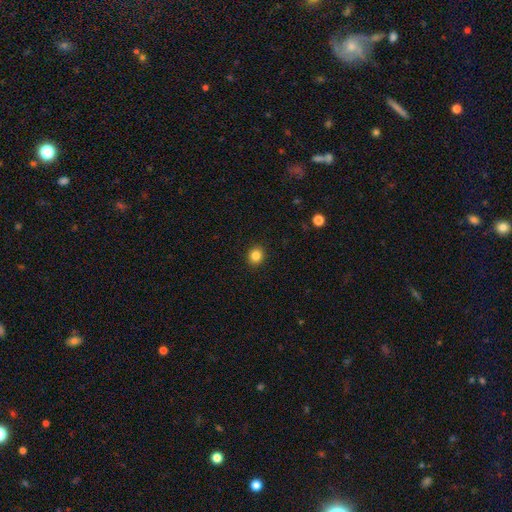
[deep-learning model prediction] The model was most divided on "how rounded": round: 79%, in between: 20%, cigar-shaped: 1%. More confident: merging — none (92%); smooth or featured — smooth (84%).